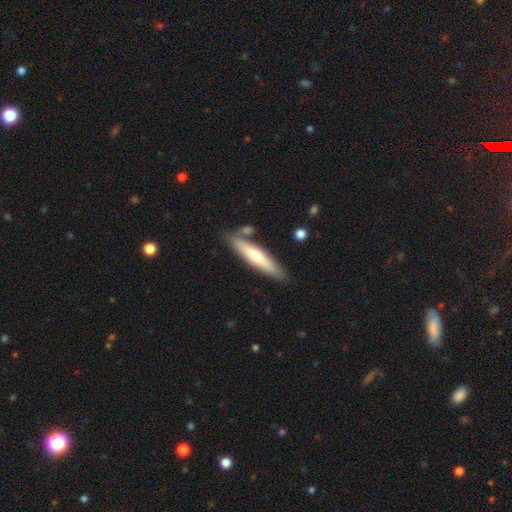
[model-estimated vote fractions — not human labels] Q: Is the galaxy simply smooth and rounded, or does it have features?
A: smooth — 54%.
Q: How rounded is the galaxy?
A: cigar-shaped — 86%.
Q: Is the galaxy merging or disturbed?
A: none — 80%.